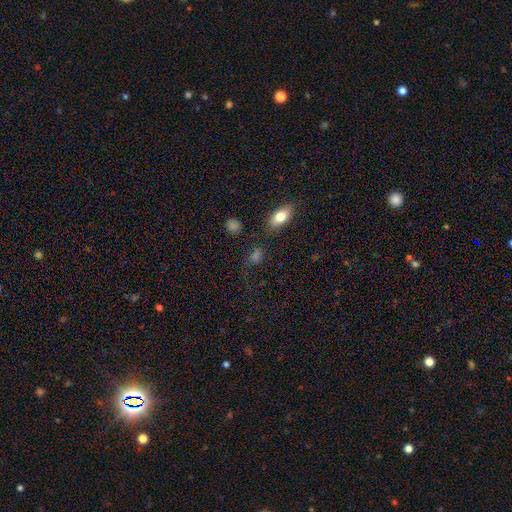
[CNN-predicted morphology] smooth_or_featured: smooth (p=0.67) [alt: star or artifact p=0.20]
how_rounded: in between (p=0.68) [alt: round p=0.24]
merging: none (p=0.68) [alt: minor disturbance p=0.17]